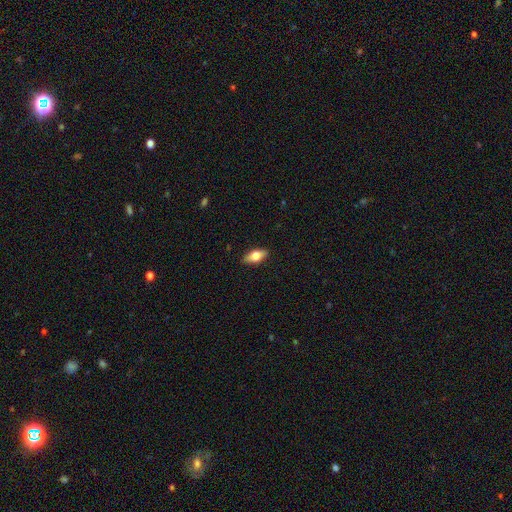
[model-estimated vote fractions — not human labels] Overall: smooth (69%). How rounded: in between (83%). Merging: none (89%).